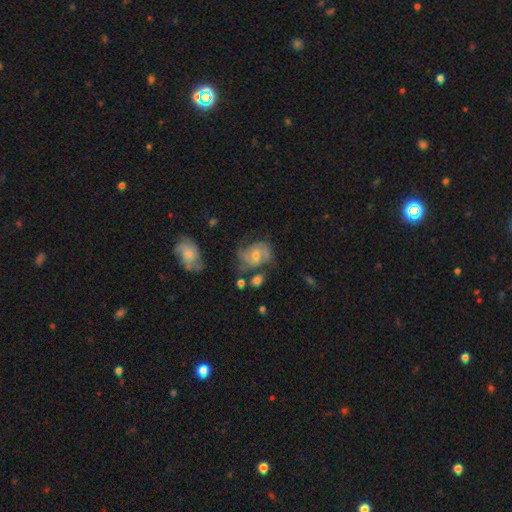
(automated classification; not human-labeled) Smooth or featured: featured or disk — 73% (smooth — 18%)
Edge-on disk: no — 97% (yes — 3%)
Bar: no — 65% (weak — 30%)
Spiral arms: yes — 91% (no — 9%)
Spiral winding: medium — 46% (tight — 38%)
Spiral arm count: 2 — 33% (3 — 31%)
Bulge size: moderate — 52% (small — 42%)
Merging: none — 57% (minor disturbance — 22%)